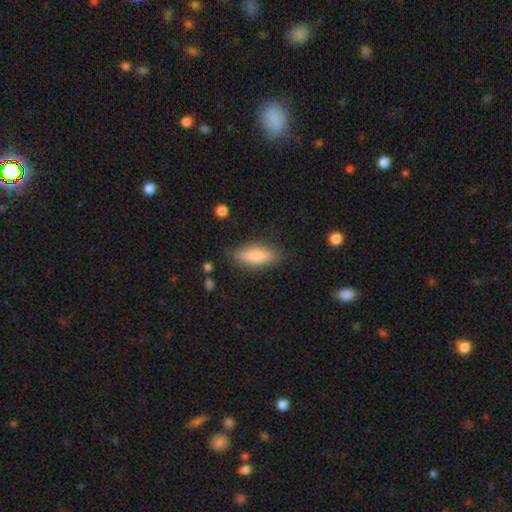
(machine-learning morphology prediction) Smooth or featured? Predicted: smooth (p=0.79). How rounded? Predicted: in between (p=0.63). Merging? Predicted: none (p=0.84).